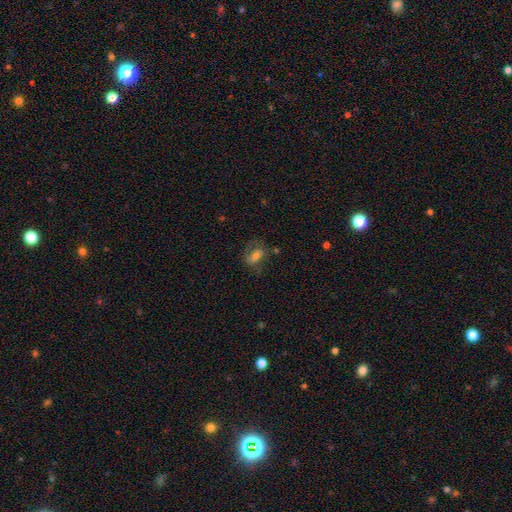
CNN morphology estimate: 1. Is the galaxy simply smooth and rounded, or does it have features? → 52% smooth, 37% featured or disk, 11% star or artifact.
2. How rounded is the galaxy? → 74% in between, 23% round, 3% cigar-shaped.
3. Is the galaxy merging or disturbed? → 58% none, 22% minor disturbance, 17% major disturbance, 3% merger.